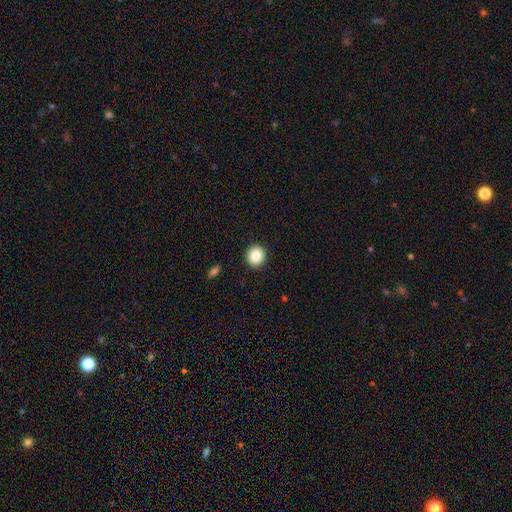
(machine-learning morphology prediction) Smooth or featured? smooth (85%)
How rounded? round (90%)
Merging? none (93%)